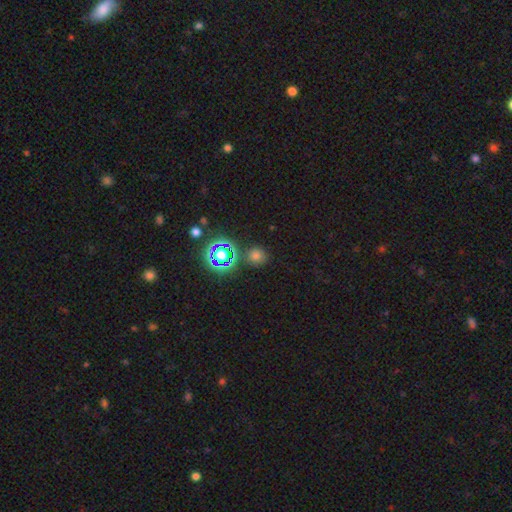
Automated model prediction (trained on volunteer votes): The model was most divided on "smooth or featured": smooth: 63%, star or artifact: 30%, featured or disk: 6%. More confident: how rounded — round (87%); merging — none (81%).